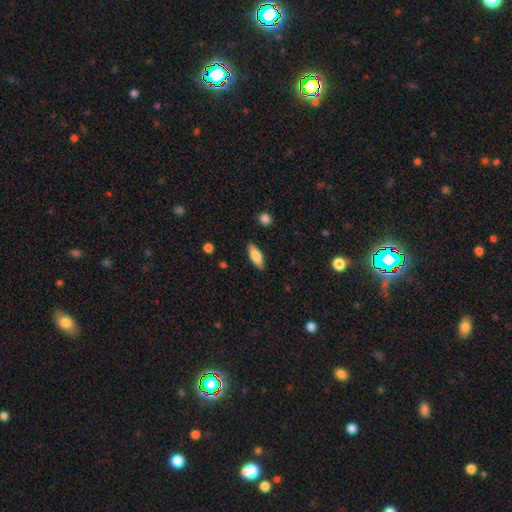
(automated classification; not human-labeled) The model was most divided on "how rounded": in between: 70%, cigar-shaped: 28%, round: 2%. More confident: merging — none (87%); smooth or featured — smooth (75%).